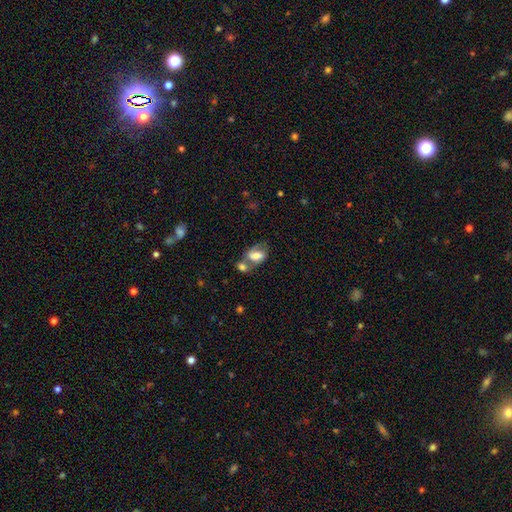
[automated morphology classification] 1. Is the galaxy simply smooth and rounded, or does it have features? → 61% smooth, 30% featured or disk, 9% star or artifact.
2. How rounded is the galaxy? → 84% in between, 14% round, 2% cigar-shaped.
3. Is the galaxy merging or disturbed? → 45% merger, 33% none, 14% minor disturbance, 8% major disturbance.